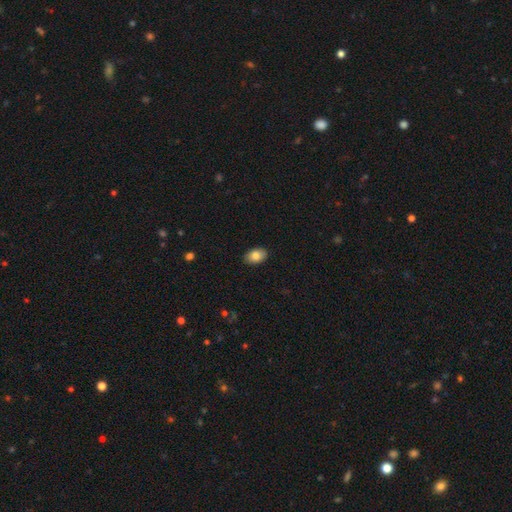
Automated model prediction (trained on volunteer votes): This is clearly a smooth galaxy (85%). How rounded: clearly in between (89%). Merging: clearly none (89%).